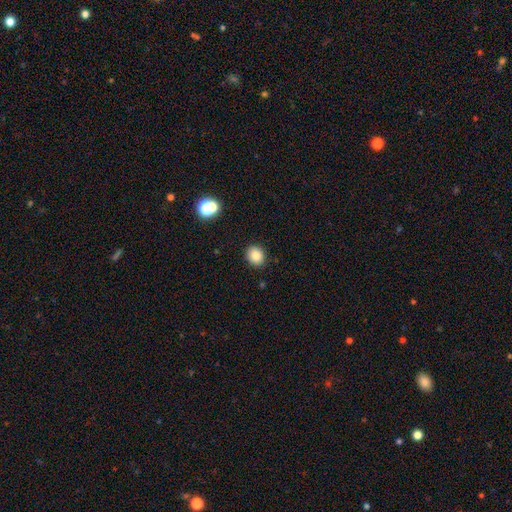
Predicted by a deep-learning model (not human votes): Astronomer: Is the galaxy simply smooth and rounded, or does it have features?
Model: smooth — 84%.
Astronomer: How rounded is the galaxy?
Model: round — 69%.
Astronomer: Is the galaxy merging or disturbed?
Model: none — 89%.